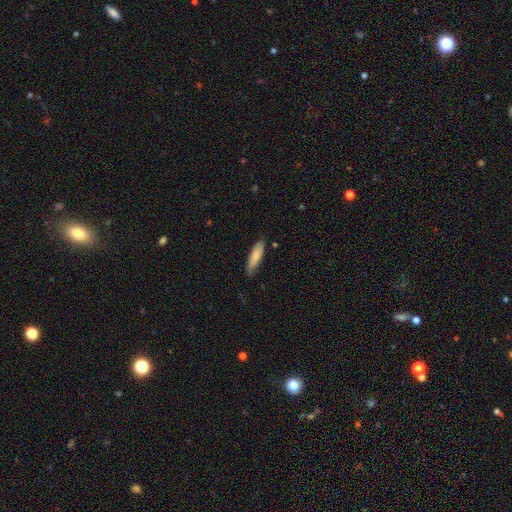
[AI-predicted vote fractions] Smooth or featured? Predicted: smooth (p=0.79). How rounded? Predicted: cigar-shaped (p=0.71). Merging? Predicted: none (p=0.78).